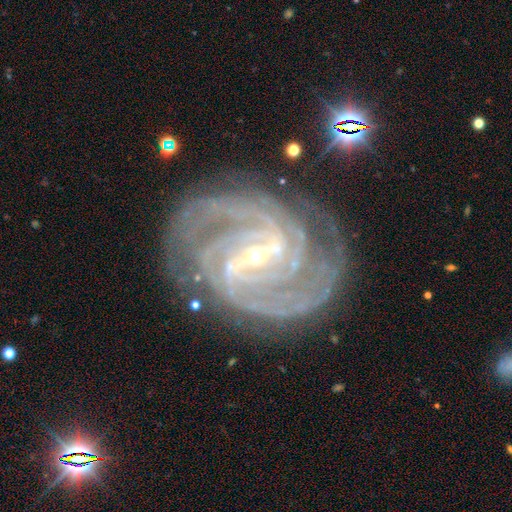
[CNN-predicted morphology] Smooth or featured? Predicted: featured or disk (p=0.93). Edge-on disk? Predicted: no (p=0.98). Bar? Predicted: strong (p=0.60). Spiral arms? Predicted: yes (p=0.99). Spiral winding? Predicted: tight (p=0.67). Spiral arm count? Predicted: 4 (p=0.31). Bulge size? Predicted: small (p=0.79). Merging? Predicted: none (p=0.80).